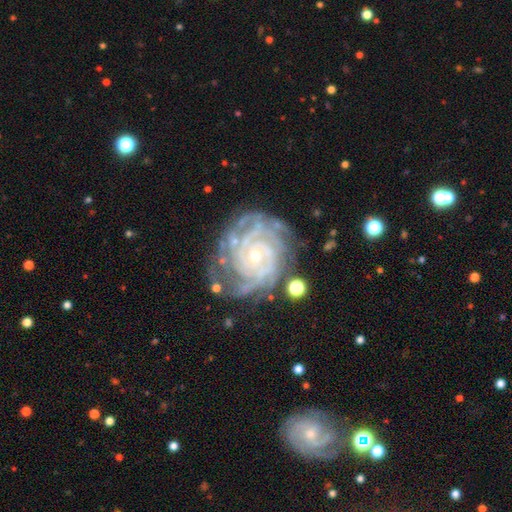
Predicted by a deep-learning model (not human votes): Smooth or featured?
  - featured or disk: 91% *
  - star or artifact: 5%
  - smooth: 4%
Edge-on disk?
  - no: 98% *
  - yes: 2%
Bar?
  - no: 74% *
  - weak: 19%
  - strong: 7%
Spiral arms?
  - yes: 98% *
  - no: 2%
Spiral winding?
  - tight: 81% *
  - medium: 16%
  - loose: 2%
Spiral arm count?
  - 4: 24% *
  - can't tell: 21%
  - 3: 21%
  - 2: 14%
  - more than 4: 14%
  - 1: 7%
Bulge size?
  - small: 65% *
  - moderate: 31%
  - large: 1%
  - none: 1%
  - dominant: 1%
Merging?
  - none: 71% *
  - minor disturbance: 19%
  - major disturbance: 8%
  - merger: 2%